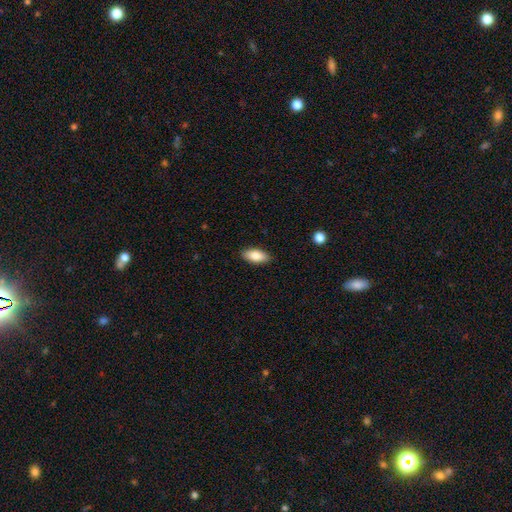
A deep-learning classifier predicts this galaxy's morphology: Smooth or featured: smooth — 84% (featured or disk — 9%)
How rounded: in between — 89% (cigar-shaped — 8%)
Merging: none — 89% (minor disturbance — 8%)